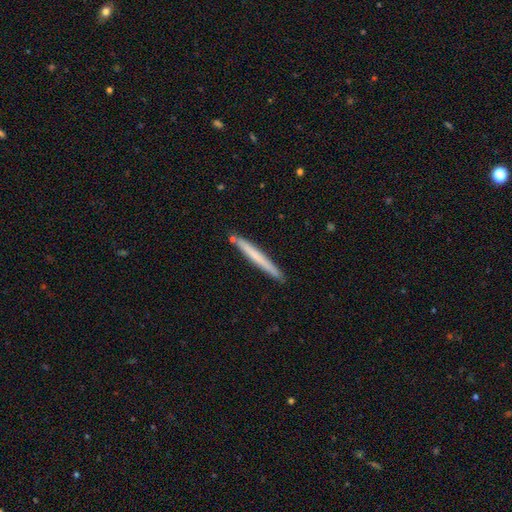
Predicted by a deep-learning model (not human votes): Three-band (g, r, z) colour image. It shows a smooth galaxy with no disk features (62%) that is cigar-shaped (97%). Merging: none (88%).